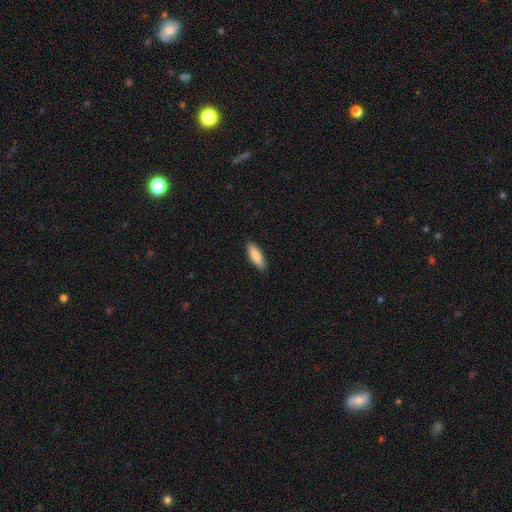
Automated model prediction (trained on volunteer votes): Morphology: type=smooth (84%); roundness=in between (52%); merging=none (90%).